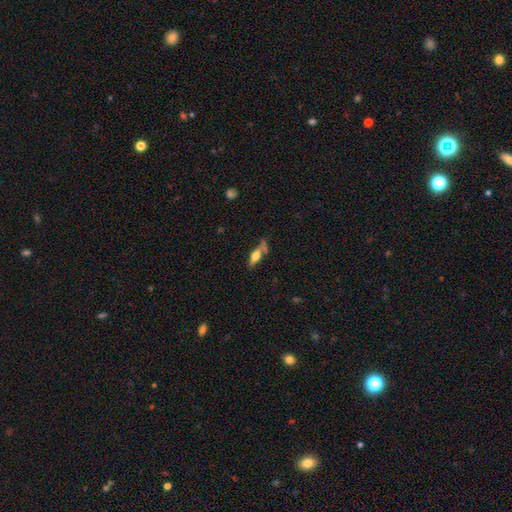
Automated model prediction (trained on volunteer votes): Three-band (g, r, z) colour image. It shows a smooth galaxy with no disk features (48%). Merging: none (58%).